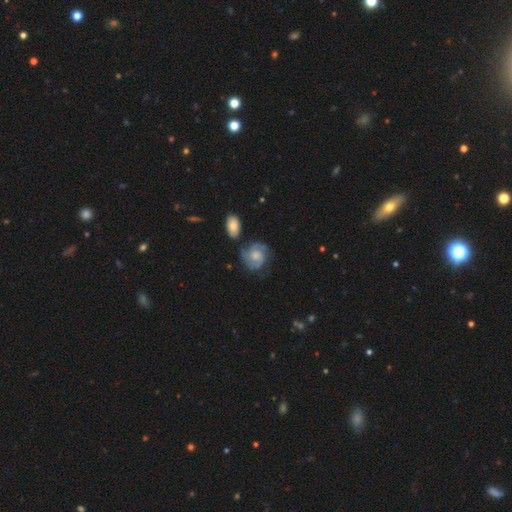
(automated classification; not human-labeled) Smooth or featured: featured or disk — 76% (smooth — 18%)
Edge-on disk: no — 98% (yes — 2%)
Bar: no — 68% (weak — 28%)
Spiral arms: yes — 95% (no — 5%)
Spiral winding: tight — 48% (medium — 40%)
Spiral arm count: 2 — 64% (3 — 14%)
Bulge size: moderate — 42% (small — 32%)
Merging: none — 63% (minor disturbance — 20%)